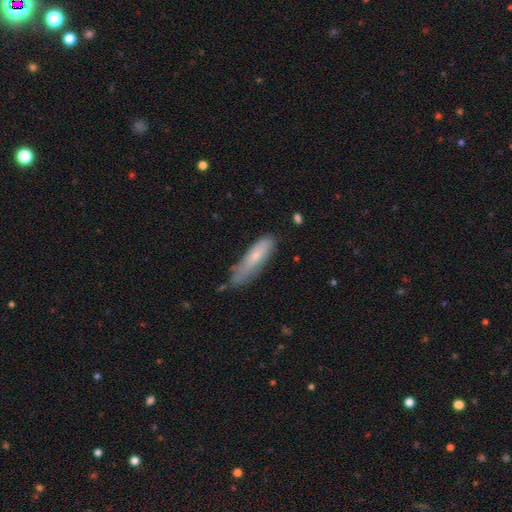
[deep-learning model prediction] The model was most divided on "merging": none: 54%, minor disturbance: 34%, major disturbance: 9%, merger: 4%. More confident: smooth or featured — smooth (68%); how rounded — cigar-shaped (66%).